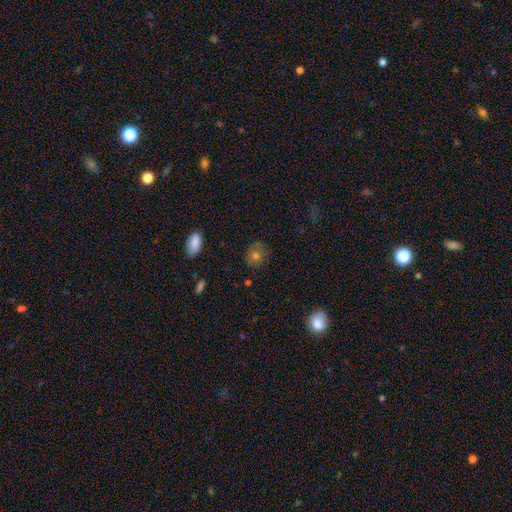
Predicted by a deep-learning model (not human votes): Smooth or featured? smooth (68%)
How rounded? round (75%)
Merging? none (80%)